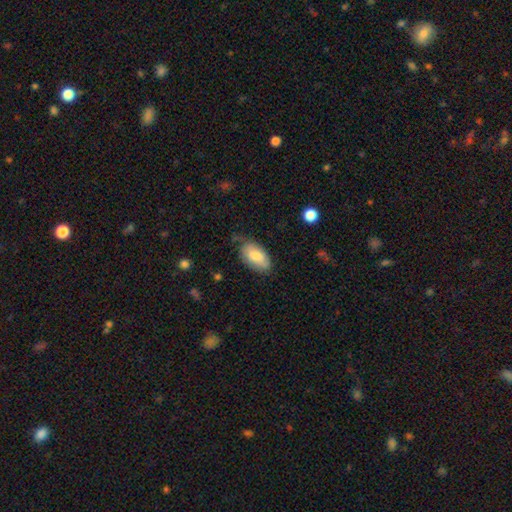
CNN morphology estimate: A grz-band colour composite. It shows a smooth galaxy with no disk features (79%) that is in between round and cigar-shaped (94%). Merging: none (62%).